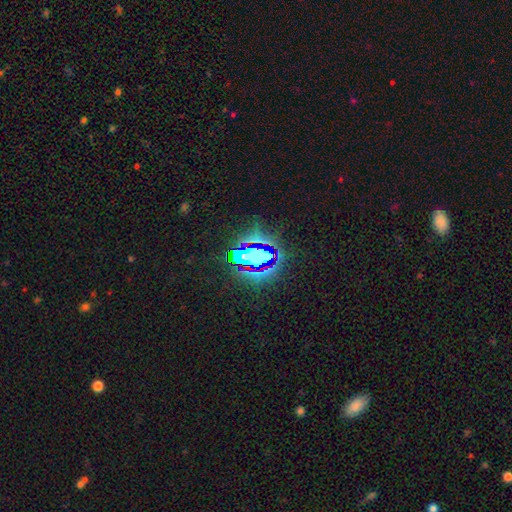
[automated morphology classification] star or artifact 69%, smooth 18%, featured or disk 13%.